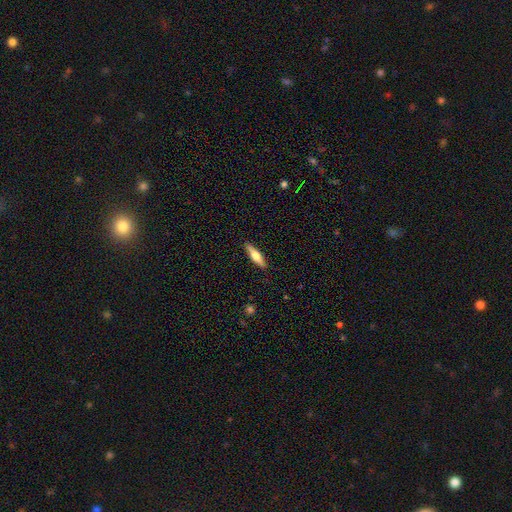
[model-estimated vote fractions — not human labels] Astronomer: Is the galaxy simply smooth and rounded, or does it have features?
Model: smooth — 52% (runner-up: featured or disk, 42%).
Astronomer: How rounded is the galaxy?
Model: cigar-shaped — 72%.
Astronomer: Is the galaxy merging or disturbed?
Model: none — 89%.